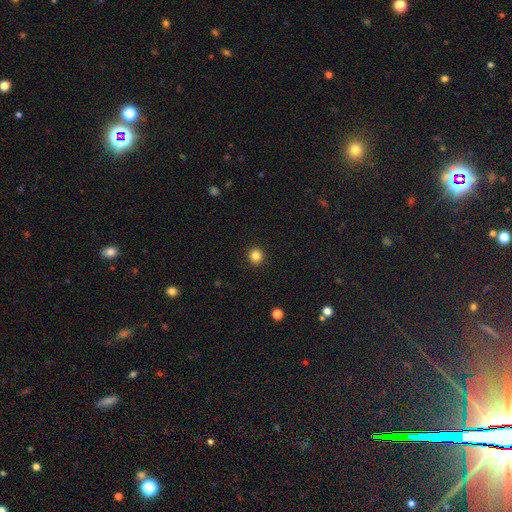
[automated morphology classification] type=smooth (84%); roundness=round (94%); merging=none (93%).